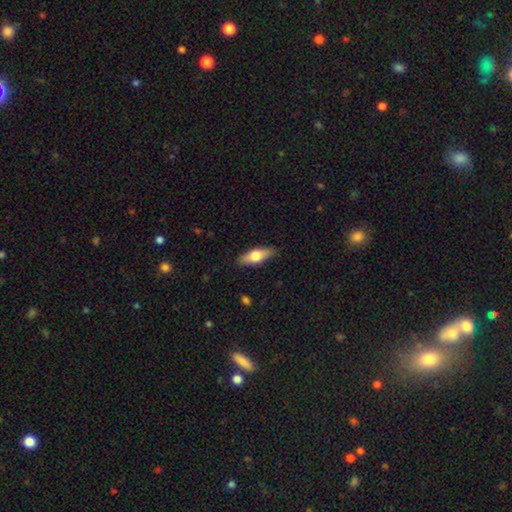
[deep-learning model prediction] A smooth galaxy with no disk features (58%) that is in between round and cigar-shaped (62%). Merging: none (87%).